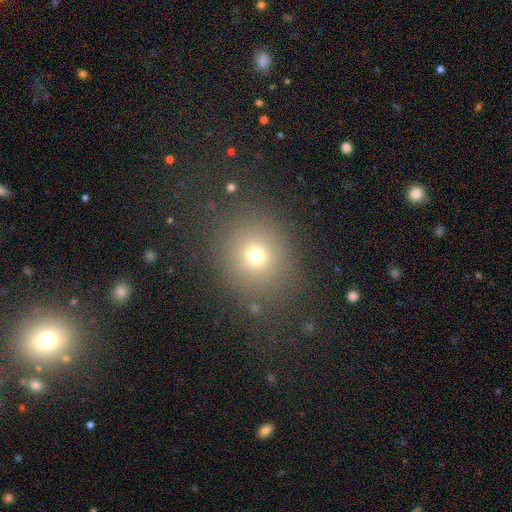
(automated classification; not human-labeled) Smooth or featured?
  - smooth: 69% *
  - star or artifact: 20%
  - featured or disk: 11%
How rounded?
  - round: 80% *
  - in between: 19%
  - cigar-shaped: 1%
Merging?
  - none: 83% *
  - minor disturbance: 9%
  - major disturbance: 5%
  - merger: 2%